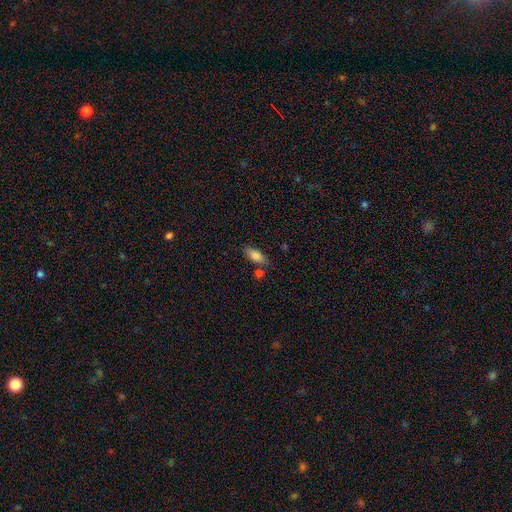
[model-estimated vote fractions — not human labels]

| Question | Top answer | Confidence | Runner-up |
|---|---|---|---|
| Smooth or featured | smooth | 81% | featured or disk (12%) |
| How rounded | in between | 83% | cigar-shaped (14%) |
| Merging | none | 73% | minor disturbance (14%) |